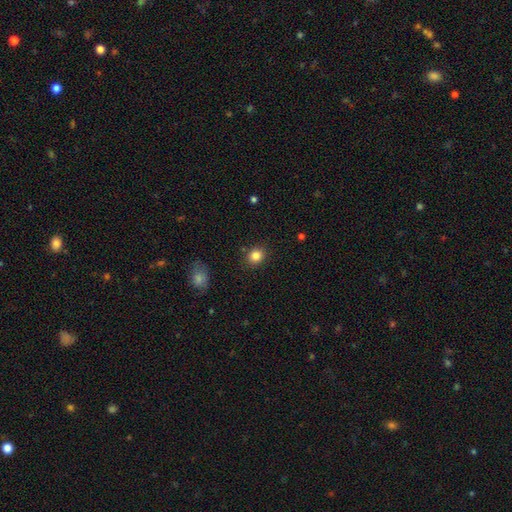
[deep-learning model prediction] Smooth or featured? smooth (84%)
How rounded? round (72%)
Merging? none (86%)